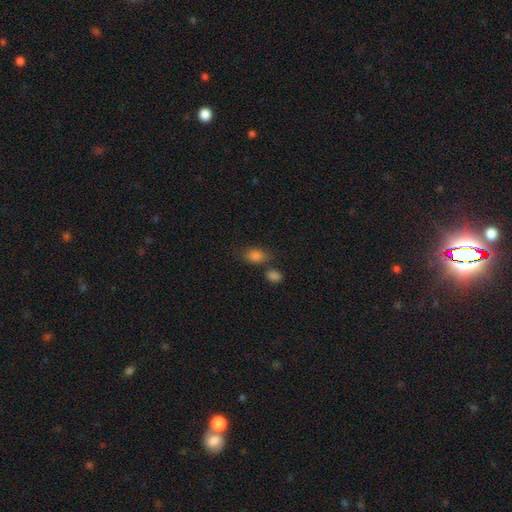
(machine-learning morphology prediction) The model was most divided on "merging": none: 56%, merger: 22%, minor disturbance: 16%, major disturbance: 6%. More confident: smooth or featured — smooth (82%); how rounded — in between (79%).